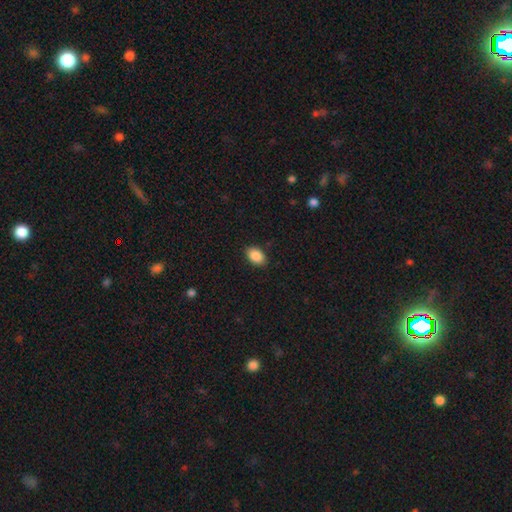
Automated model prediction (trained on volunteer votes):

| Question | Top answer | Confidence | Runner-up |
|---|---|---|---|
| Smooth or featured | smooth | 89% | star or artifact (7%) |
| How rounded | in between | 88% | round (11%) |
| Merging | none | 87% | minor disturbance (10%) |